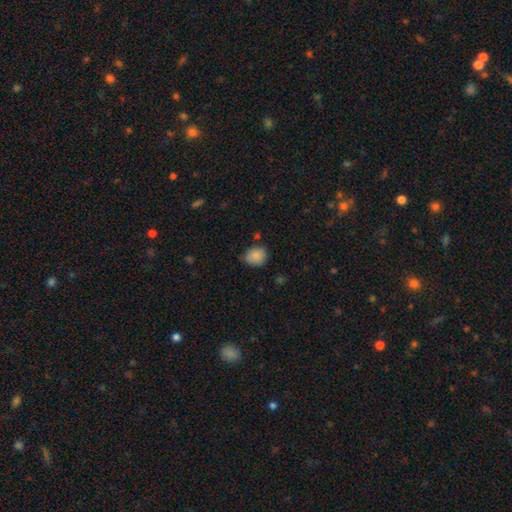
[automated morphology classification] Smooth or featured? smooth (87%)
How rounded? round (56%)
Merging? none (69%)